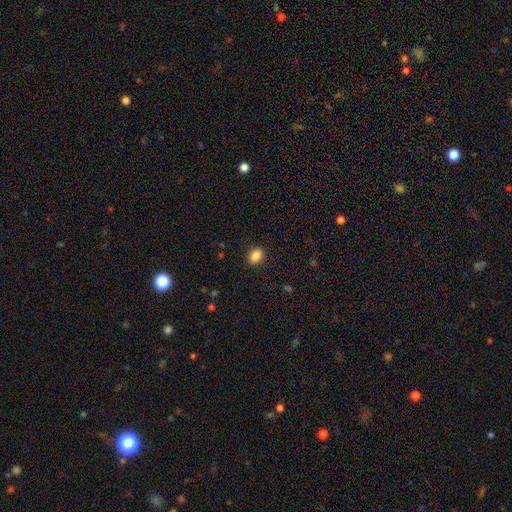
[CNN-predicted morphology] Overall: smooth (86%). How rounded: in between (71%). Merging: none (88%).